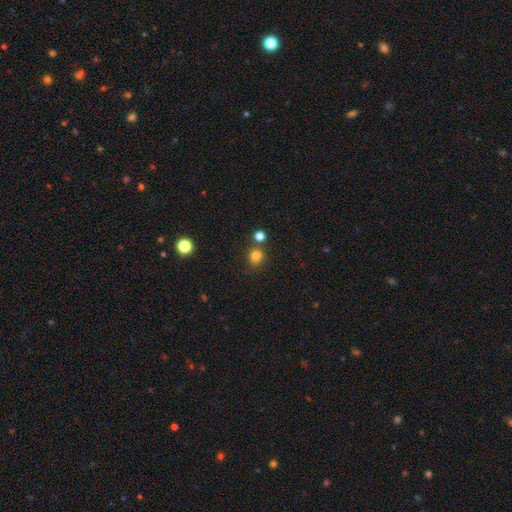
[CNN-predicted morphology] Overall: smooth (79%). How rounded: round (81%). Merging: none (70%).